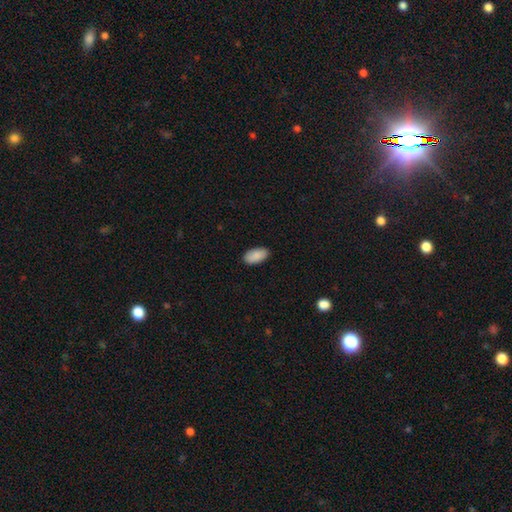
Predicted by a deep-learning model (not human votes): This appears to be a smooth galaxy with no disk features (89%) that is in between round and cigar-shaped (95%). Merging: none (88%).